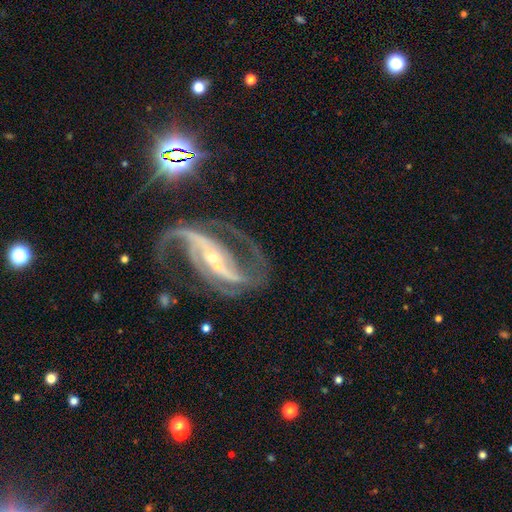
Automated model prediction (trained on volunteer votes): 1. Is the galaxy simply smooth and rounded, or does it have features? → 90% featured or disk, 6% star or artifact, 3% smooth.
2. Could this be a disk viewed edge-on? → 95% no, 5% yes.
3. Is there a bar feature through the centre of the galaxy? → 64% strong, 23% weak, 13% no.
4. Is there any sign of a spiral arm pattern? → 97% yes, 3% no.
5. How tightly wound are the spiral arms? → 50% medium, 35% loose, 15% tight.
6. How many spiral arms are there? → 90% 2, 3% can't tell, 3% 3, 2% 1, 1% 4, 1% more than 4.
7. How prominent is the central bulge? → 69% small, 26% moderate, 2% none, 2% large, 1% dominant.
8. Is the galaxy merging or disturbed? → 63% none, 17% major disturbance, 16% minor disturbance, 4% merger.